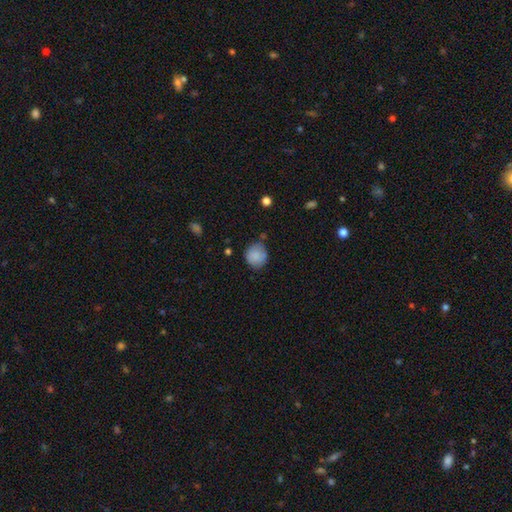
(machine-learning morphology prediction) A smooth galaxy with no disk features (85%) that is round (85%). Merging: none (69%).